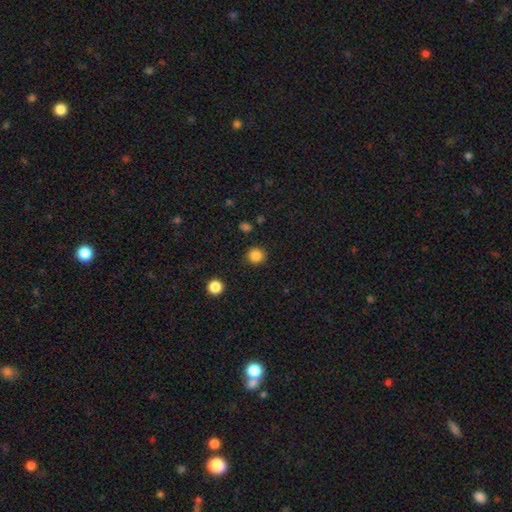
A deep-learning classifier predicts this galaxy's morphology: smooth_or_featured: smooth (p=0.85) [alt: star or artifact p=0.12]
how_rounded: round (p=0.92) [alt: in between p=0.07]
merging: none (p=0.90) [alt: minor disturbance p=0.06]